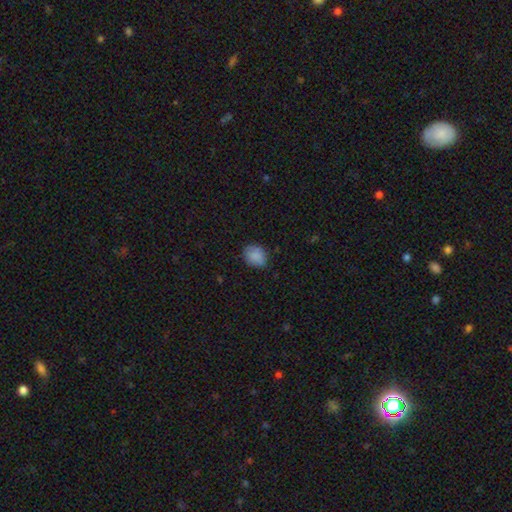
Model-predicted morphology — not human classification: Smooth or featured? smooth (87%)
How rounded? in between (55%)
Merging? none (77%)